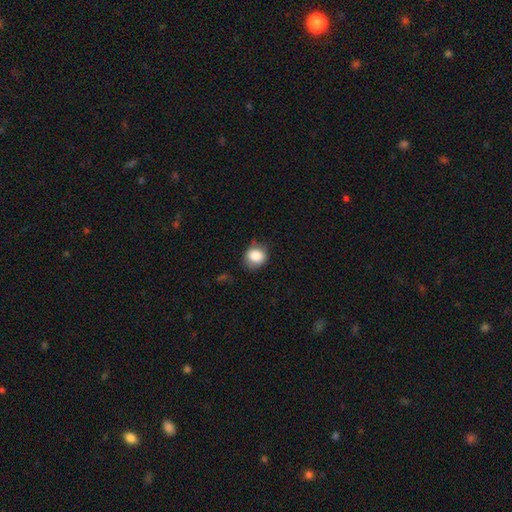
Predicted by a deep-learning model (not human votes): smooth_or_featured: smooth (p=0.83) [alt: star or artifact p=0.09]
how_rounded: round (p=0.72) [alt: in between p=0.27]
merging: none (p=0.71) [alt: minor disturbance p=0.22]